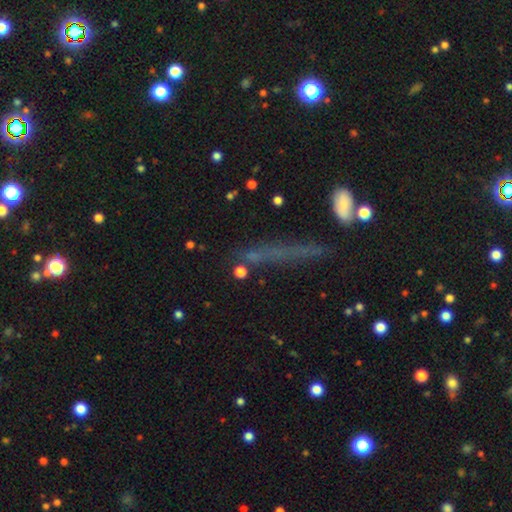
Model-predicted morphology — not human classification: smooth-or-featured: smooth: 42% | star or artifact: 32% | featured or disk: 26%
  merging: none: 62% | minor disturbance: 16% | major disturbance: 13% | merger: 9%